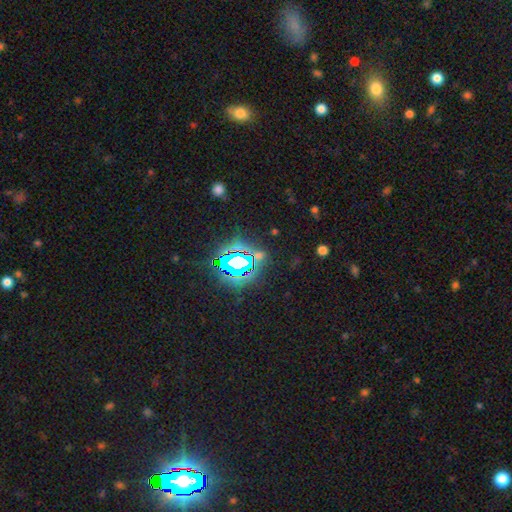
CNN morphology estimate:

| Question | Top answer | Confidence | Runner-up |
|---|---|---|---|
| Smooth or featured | star or artifact | 76% | smooth (14%) |